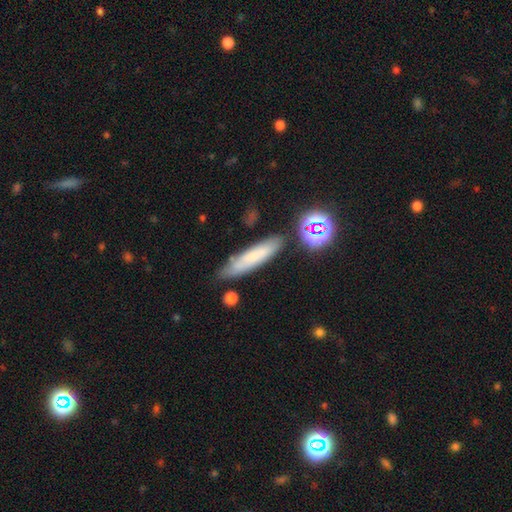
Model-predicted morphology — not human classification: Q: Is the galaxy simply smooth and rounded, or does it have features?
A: smooth — 60%.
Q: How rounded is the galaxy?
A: cigar-shaped — 77%.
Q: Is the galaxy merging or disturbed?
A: none — 77%.